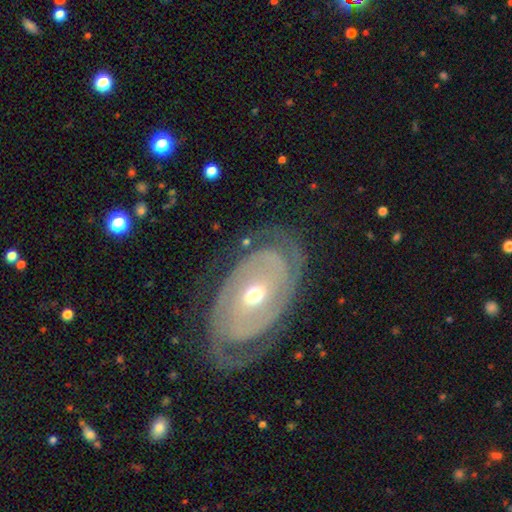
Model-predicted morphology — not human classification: This is clearly a featured or disk galaxy (89%). It is clearly not viewed edge-on (95%). Bar: likely no (63%). Spiral arm pattern: clearly yes (94%). Spiral arm count: possibly 2 (54%). Spiral winding: likely tight (78%). Central bulge: possibly moderate (57%). Merging: likely none (77%).